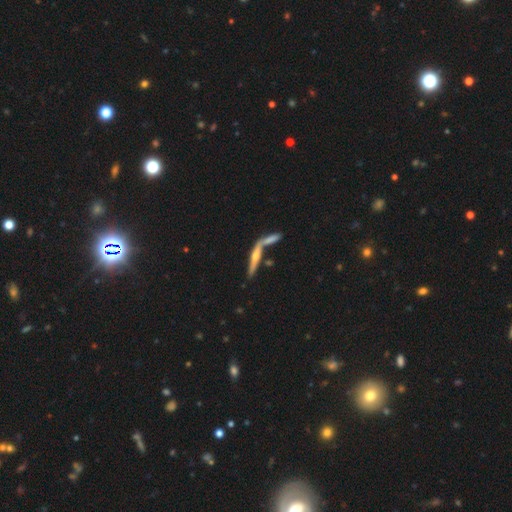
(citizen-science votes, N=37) This is likely a featured or disk galaxy (76%). It is clearly viewed edge-on (89%). Edge-on bulge: clearly rounded (92%). Merging: possibly none (54%).